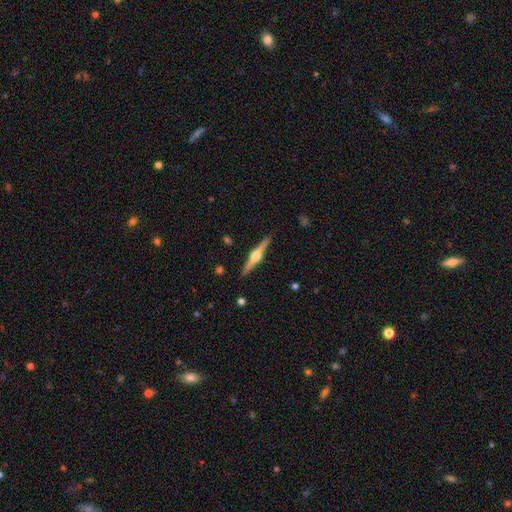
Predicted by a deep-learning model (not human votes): Smooth or featured?
  - featured or disk: 81% *
  - smooth: 15%
  - star or artifact: 5%
Edge-on disk?
  - yes: 98% *
  - no: 2%
Edge-on bulge?
  - rounded: 96% *
  - boxy: 3%
  - none: 2%
Merging?
  - none: 91% *
  - minor disturbance: 6%
  - major disturbance: 1%
  - merger: 1%